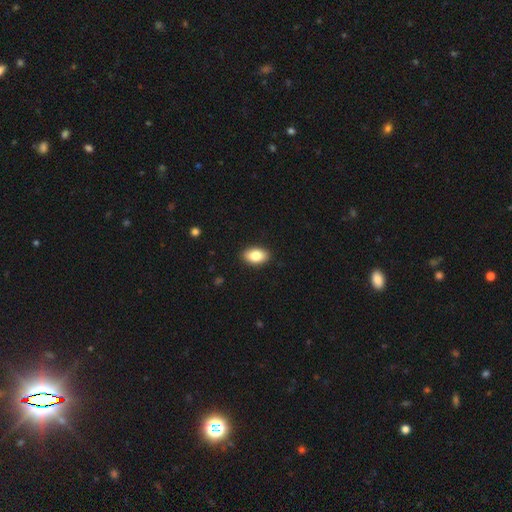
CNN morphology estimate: This is clearly a smooth galaxy (83%). How rounded: clearly in between (90%). Merging: clearly none (90%).